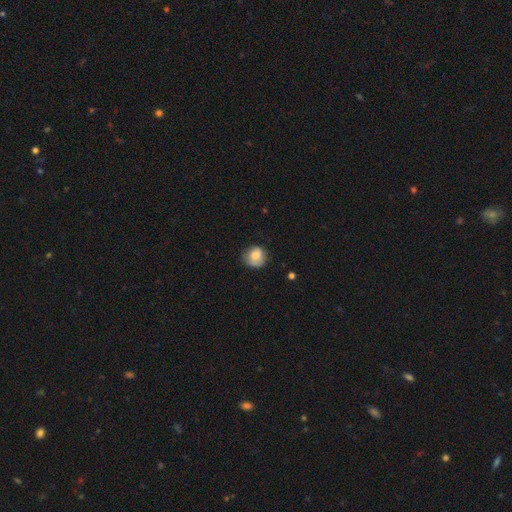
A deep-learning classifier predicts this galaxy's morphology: type=smooth (73%); roundness=round (82%); merging=none (64%).